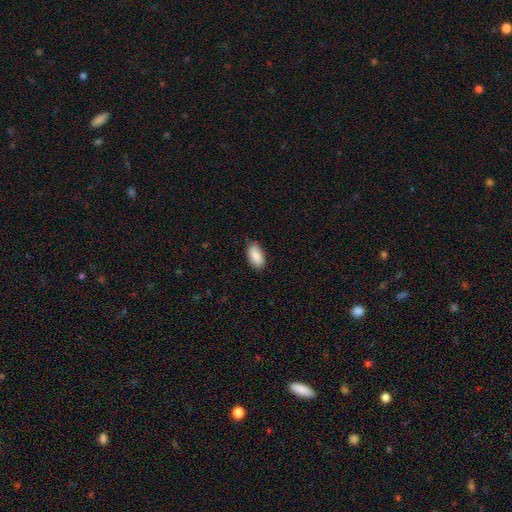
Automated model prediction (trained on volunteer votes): Q: Smooth or featured?
A: smooth (89%); runner-up: star or artifact (6%)
Q: How rounded?
A: in between (94%); runner-up: cigar-shaped (4%)
Q: Merging?
A: none (82%); runner-up: minor disturbance (15%)